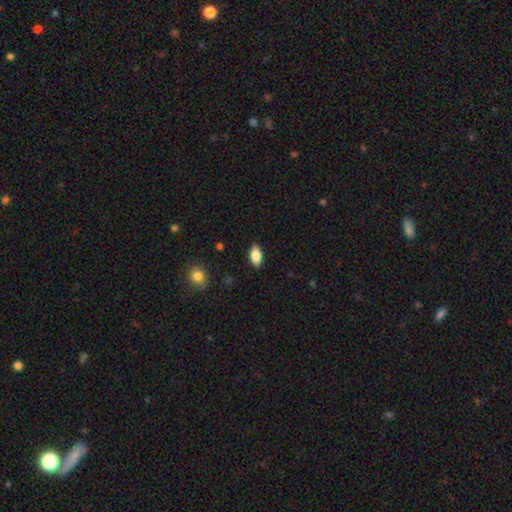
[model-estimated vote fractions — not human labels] Overall: smooth (82%). How rounded: in between (92%). Merging: none (88%).